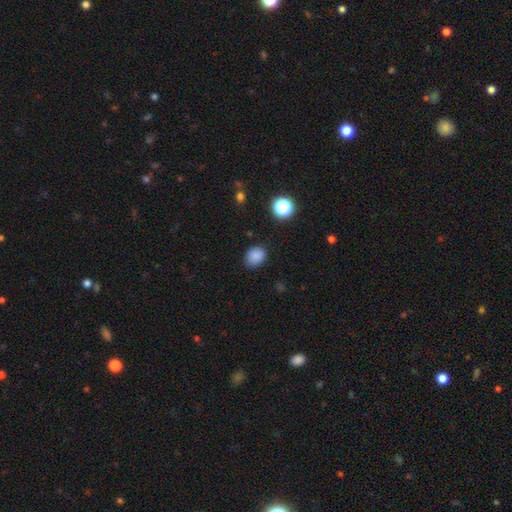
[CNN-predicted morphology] Q: Smooth or featured?
A: smooth (83%); runner-up: star or artifact (12%)
Q: How rounded?
A: in between (51%); runner-up: round (48%)
Q: Merging?
A: none (77%); runner-up: minor disturbance (18%)